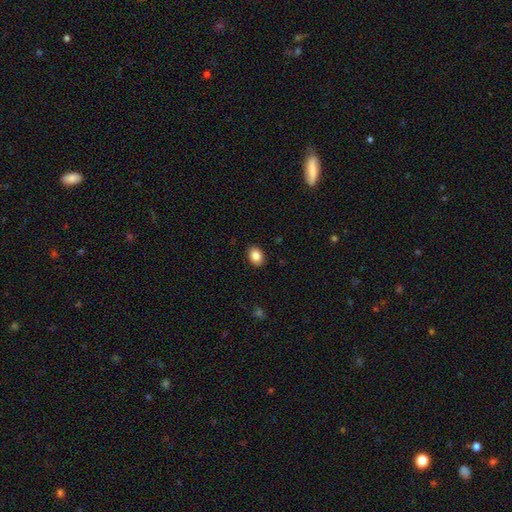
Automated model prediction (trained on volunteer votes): smooth-or-featured: smooth: 87% | star or artifact: 8% | featured or disk: 5%
  how-rounded: in between: 69% | round: 30% | cigar-shaped: 1%
  merging: none: 90% | minor disturbance: 7% | major disturbance: 2% | merger: 1%